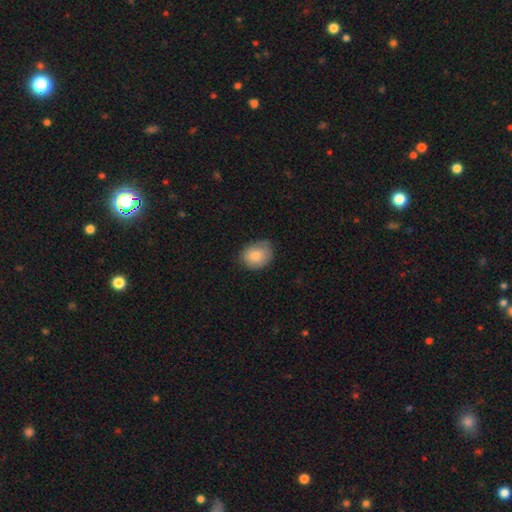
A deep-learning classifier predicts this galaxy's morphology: Q: Smooth or featured?
A: smooth (83%); runner-up: featured or disk (10%)
Q: How rounded?
A: in between (50%); runner-up: round (49%)
Q: Merging?
A: none (73%); runner-up: minor disturbance (22%)